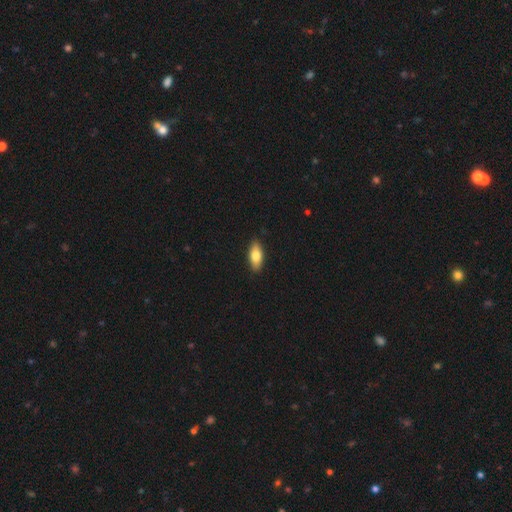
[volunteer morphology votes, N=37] A smooth galaxy with no disk features (73%) that is in between round and cigar-shaped (70%). Merging: none (89%).